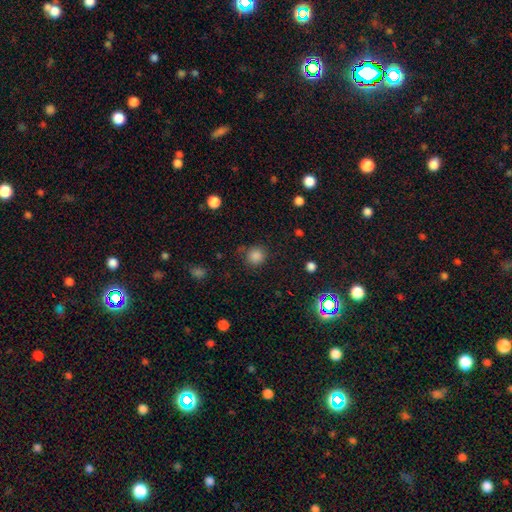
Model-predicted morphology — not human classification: A smooth galaxy with no disk features (84%) that is round (91%).

Vote fractions:
- Smooth or featured? smooth: 84% / star or artifact: 13% / featured or disk: 4%
- How rounded? round: 91% / in between: 8% / cigar-shaped: 1%
- Merging? none: 81% / minor disturbance: 12% / major disturbance: 4% / merger: 2%